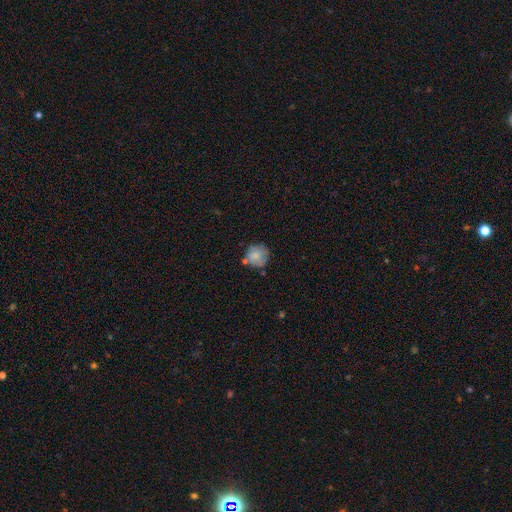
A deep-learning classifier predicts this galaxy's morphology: The model was most divided on "merging": none: 64%, minor disturbance: 21%, merger: 9%, major disturbance: 6%. More confident: how rounded — round (89%); smooth or featured — smooth (78%).